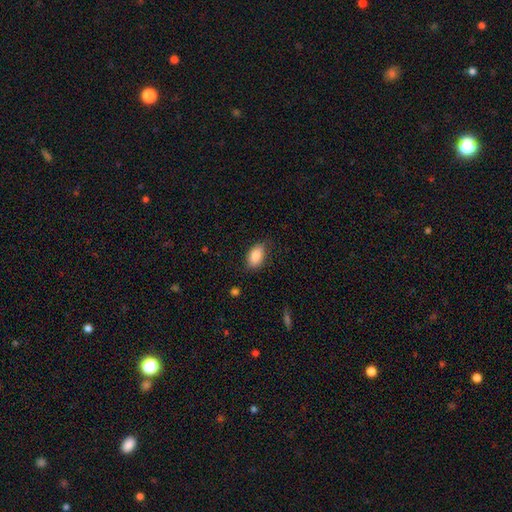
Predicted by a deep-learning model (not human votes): Smooth or featured: smooth — 87% (star or artifact — 7%)
How rounded: in between — 91% (round — 7%)
Merging: none — 77% (minor disturbance — 18%)